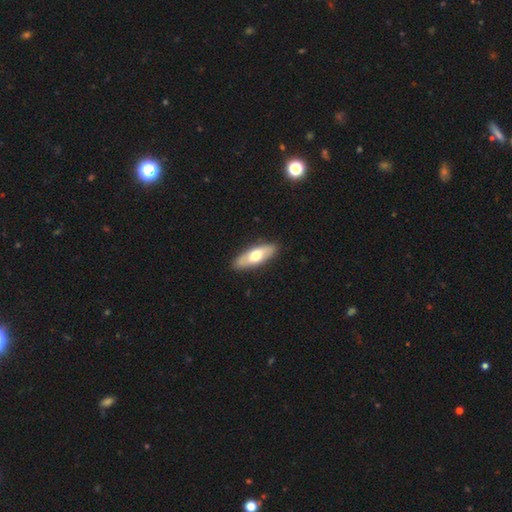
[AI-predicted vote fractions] A smooth galaxy with no disk features (60%) that is in between round and cigar-shaped (63%).

Vote fractions:
- Smooth or featured? smooth: 60% / featured or disk: 35% / star or artifact: 5%
- How rounded? in between: 63% / cigar-shaped: 35% / round: 2%
- Merging? none: 89% / minor disturbance: 9% / major disturbance: 2% / merger: 1%